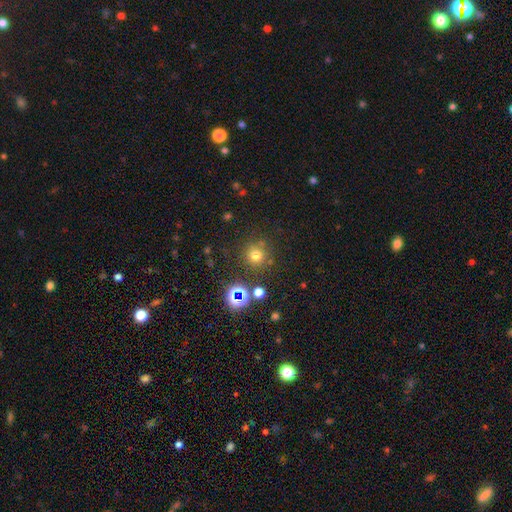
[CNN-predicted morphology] A smooth galaxy with no disk features (67%) that is round (94%).

Vote fractions:
- Smooth or featured? smooth: 67% / star or artifact: 25% / featured or disk: 8%
- How rounded? round: 94% / in between: 5% / cigar-shaped: 1%
- Merging? none: 80% / minor disturbance: 9% / merger: 6% / major disturbance: 4%